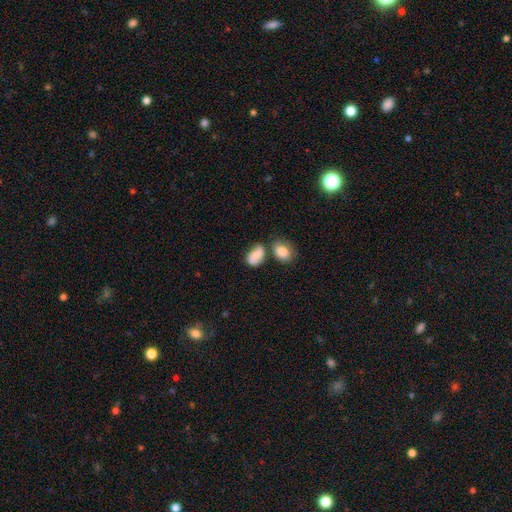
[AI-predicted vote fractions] This appears to be a smooth galaxy with no disk features (64%) that is in between round and cigar-shaped (82%). Merging: none (41%).